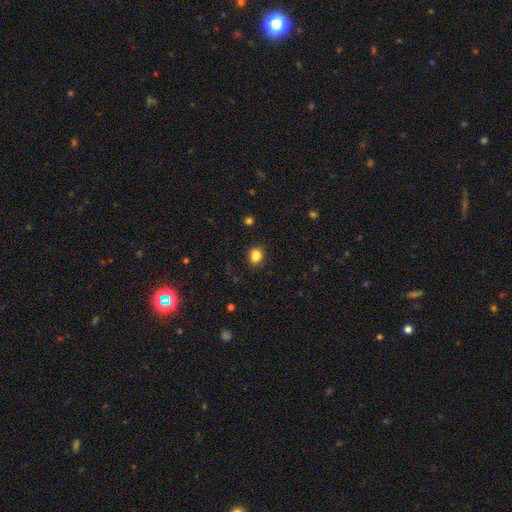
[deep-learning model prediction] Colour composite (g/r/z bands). It shows a smooth galaxy with no disk features (86%) that is round (55%). Merging: none (85%).